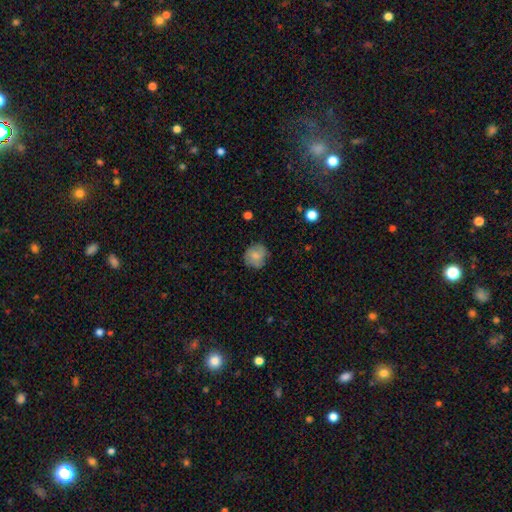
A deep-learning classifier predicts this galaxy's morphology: smooth-or-featured: smooth: 77% | featured or disk: 15% | star or artifact: 7%
  how-rounded: round: 83% | in between: 16% | cigar-shaped: 1%
  merging: none: 76% | minor disturbance: 19% | major disturbance: 4% | merger: 1%